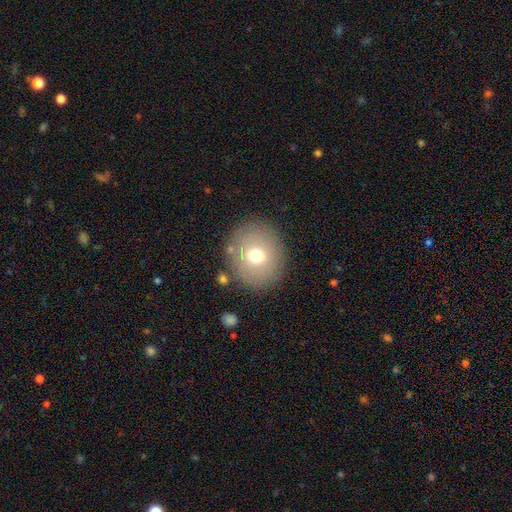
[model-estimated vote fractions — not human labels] Smooth or featured: smooth — 69% (featured or disk — 20%)
How rounded: round — 79% (in between — 21%)
Merging: none — 84% (minor disturbance — 9%)